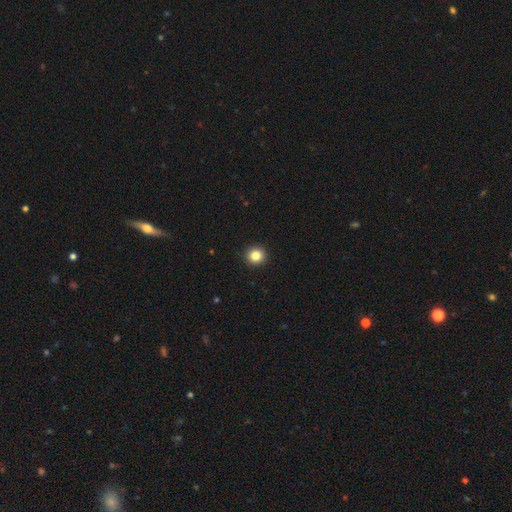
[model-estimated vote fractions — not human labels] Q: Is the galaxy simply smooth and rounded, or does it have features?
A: smooth — 84%.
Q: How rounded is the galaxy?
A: round — 92%.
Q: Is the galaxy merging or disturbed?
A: none — 93%.